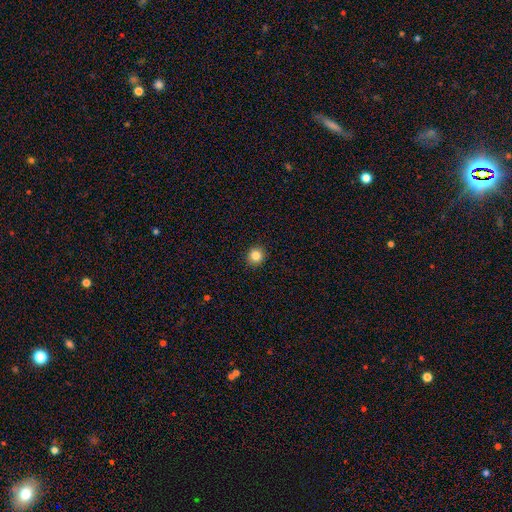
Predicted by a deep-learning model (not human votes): Morphology: type=smooth (84%); roundness=round (92%); merging=none (93%).